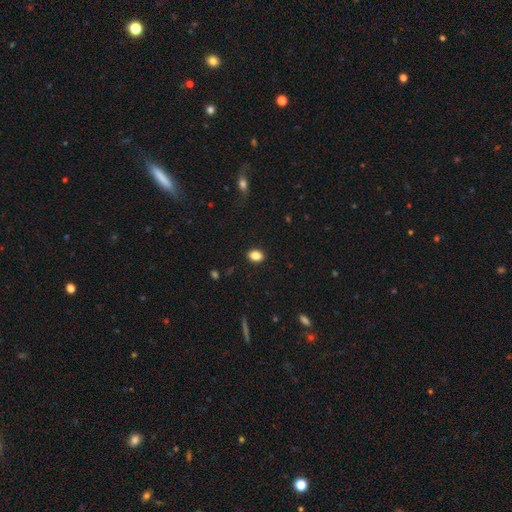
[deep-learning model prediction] Smooth or featured: smooth — 85% (star or artifact — 9%)
How rounded: in between — 72% (round — 27%)
Merging: none — 89% (minor disturbance — 8%)